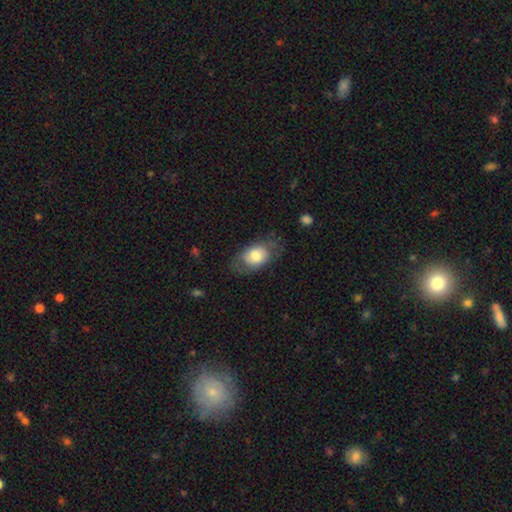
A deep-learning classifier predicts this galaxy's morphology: Smooth or featured?
  - smooth: 68% *
  - featured or disk: 26%
  - star or artifact: 7%
How rounded?
  - in between: 82% *
  - round: 16%
  - cigar-shaped: 2%
Merging?
  - none: 65% *
  - minor disturbance: 22%
  - major disturbance: 12%
  - merger: 2%